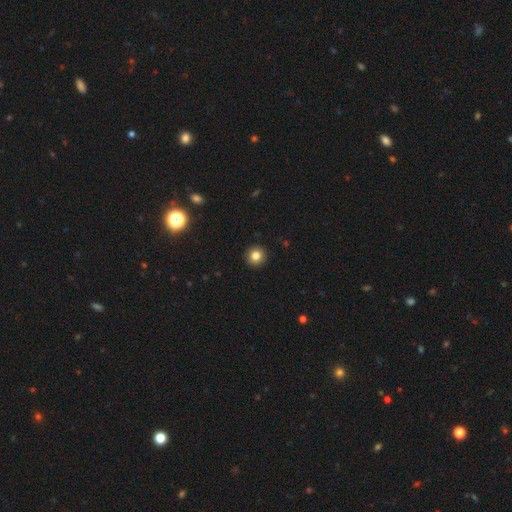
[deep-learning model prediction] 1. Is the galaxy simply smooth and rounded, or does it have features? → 83% smooth, 11% star or artifact, 6% featured or disk.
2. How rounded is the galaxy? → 94% round, 5% in between, 1% cigar-shaped.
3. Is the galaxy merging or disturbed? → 93% none, 4% minor disturbance, 1% major disturbance, 1% merger.